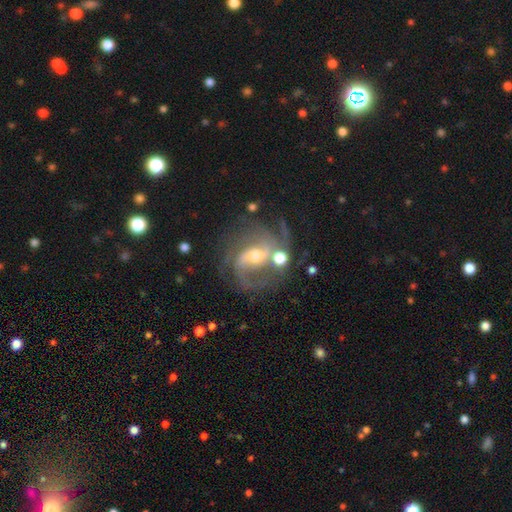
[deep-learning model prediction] Overall: featured or disk (86%). Edge-on disk: no (97%). Bar: weak (45%; strong 30%). Spiral arms: yes (96%). Spiral arm count: 2 (49%; 3 21%). Spiral winding: medium (50%; tight 28%). Bulge size: moderate (55%; small 39%). Merging: none (60%).